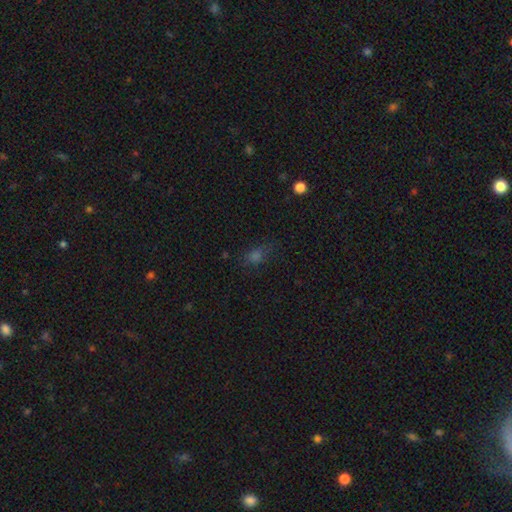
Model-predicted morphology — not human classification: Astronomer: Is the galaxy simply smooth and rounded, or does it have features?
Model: smooth — 56% (runner-up: star or artifact, 33%).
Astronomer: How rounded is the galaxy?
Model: in between — 65%.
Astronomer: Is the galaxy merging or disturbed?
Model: none — 70%.